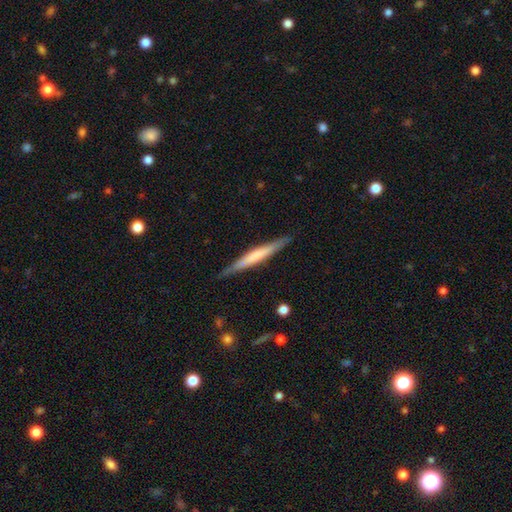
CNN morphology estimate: smooth-or-featured: featured or disk: 48% | smooth: 47% | star or artifact: 5%
  merging: none: 87% | minor disturbance: 10% | major disturbance: 2% | merger: 1%